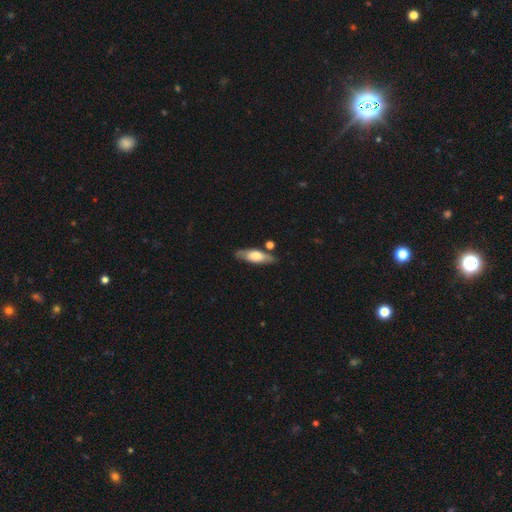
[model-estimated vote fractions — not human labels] Smooth or featured? Predicted: smooth (p=0.57). How rounded? Predicted: in between (p=0.55). Merging? Predicted: none (p=0.76).